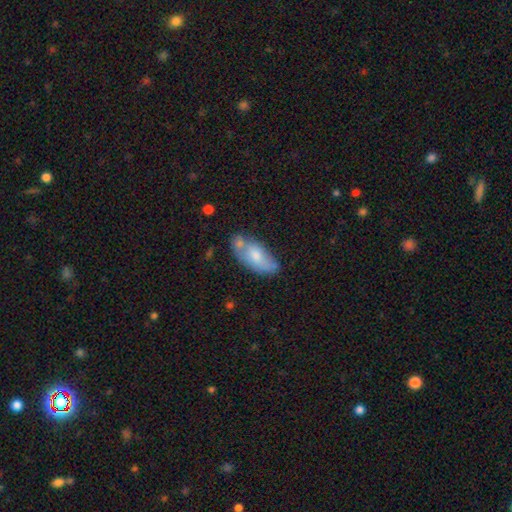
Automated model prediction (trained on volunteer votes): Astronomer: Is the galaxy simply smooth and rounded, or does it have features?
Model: smooth — 64%.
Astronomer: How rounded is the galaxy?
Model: in between — 85%.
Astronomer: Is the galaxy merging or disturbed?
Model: none — 50% (runner-up: minor disturbance, 26%).